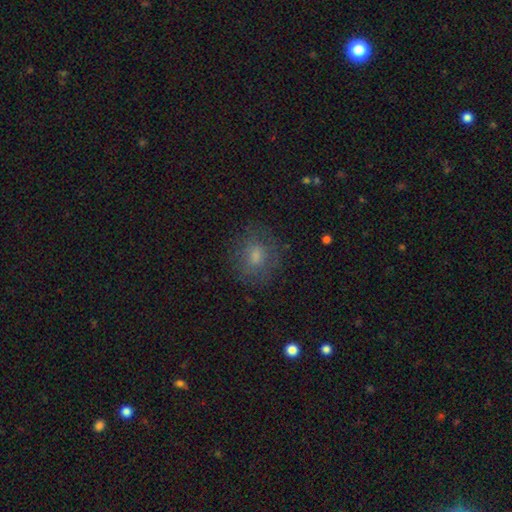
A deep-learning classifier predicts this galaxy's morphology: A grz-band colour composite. It shows a smooth galaxy with no disk features (63%) that is round (66%). Merging: none (76%).